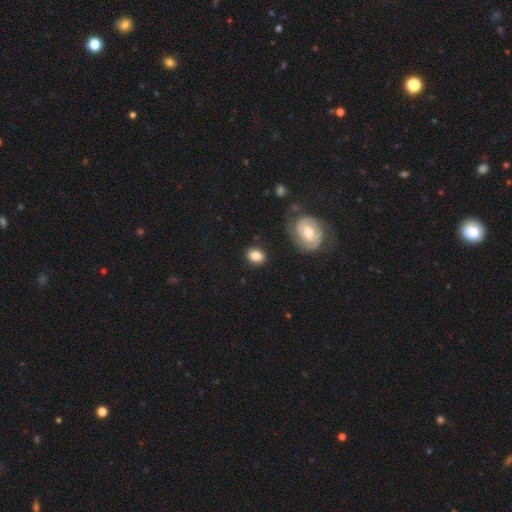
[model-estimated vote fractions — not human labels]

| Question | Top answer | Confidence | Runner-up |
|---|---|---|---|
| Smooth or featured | smooth | 82% | featured or disk (11%) |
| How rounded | in between | 56% | round (43%) |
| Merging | none | 82% | minor disturbance (11%) |